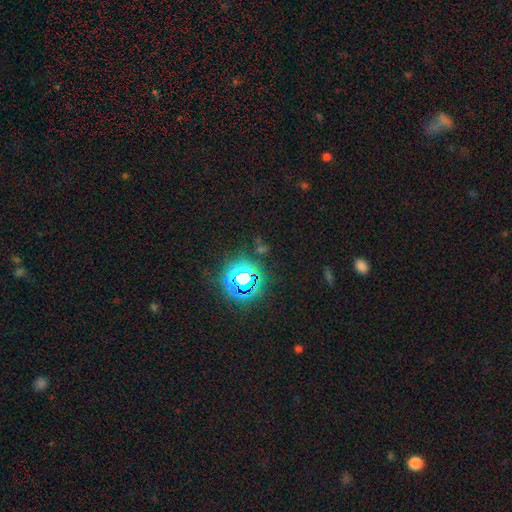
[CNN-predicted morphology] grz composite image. It shows a star or artifact, not a galaxy (80%).